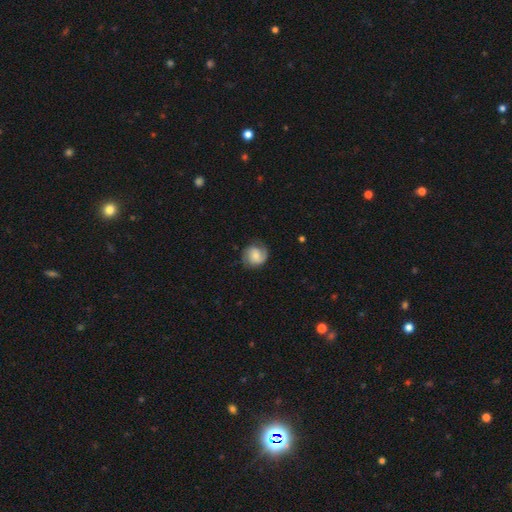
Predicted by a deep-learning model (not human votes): Overall: featured or disk (55%; smooth 38%). Edge-on disk: no (98%). Bar: no (59%; weak 35%). Spiral arms: yes (92%). Bulge size: small (44%; moderate 40%). Merging: none (73%).